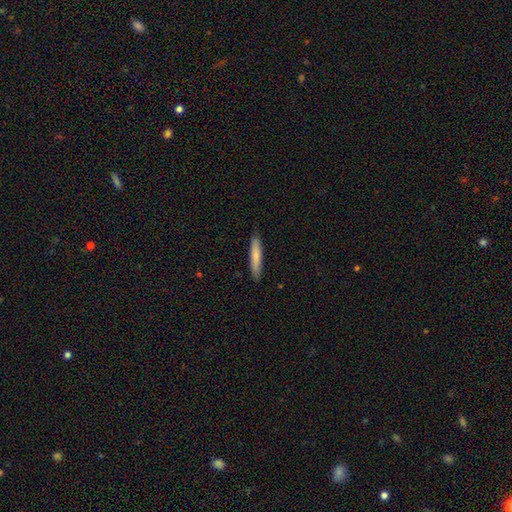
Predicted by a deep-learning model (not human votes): Smooth or featured: smooth — 79% (featured or disk — 15%)
How rounded: cigar-shaped — 90% (in between — 9%)
Merging: none — 89% (minor disturbance — 9%)